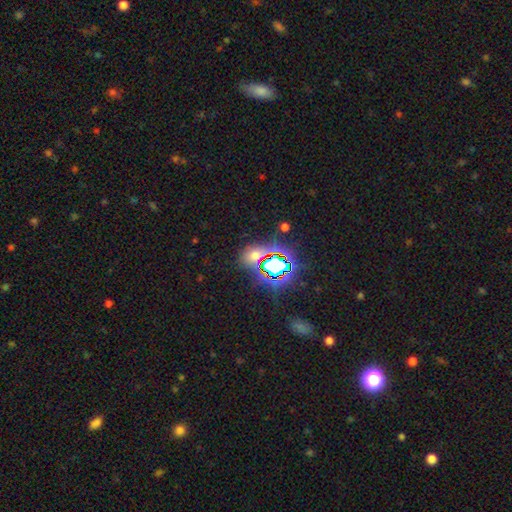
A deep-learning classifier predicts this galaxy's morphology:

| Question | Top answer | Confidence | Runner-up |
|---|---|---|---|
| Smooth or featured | star or artifact | 51% | smooth (40%) |